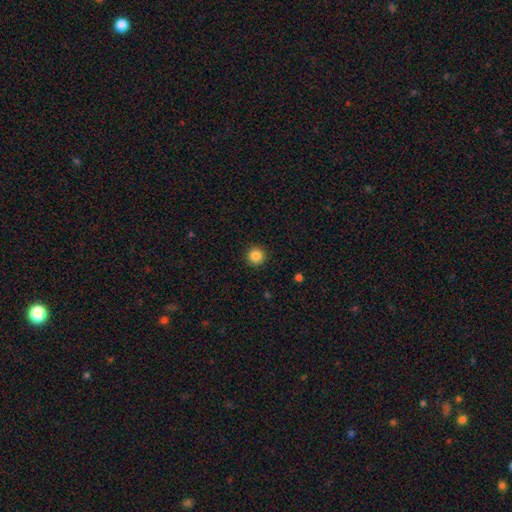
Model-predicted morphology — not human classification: Smooth or featured? smooth (86%)
How rounded? round (96%)
Merging? none (93%)